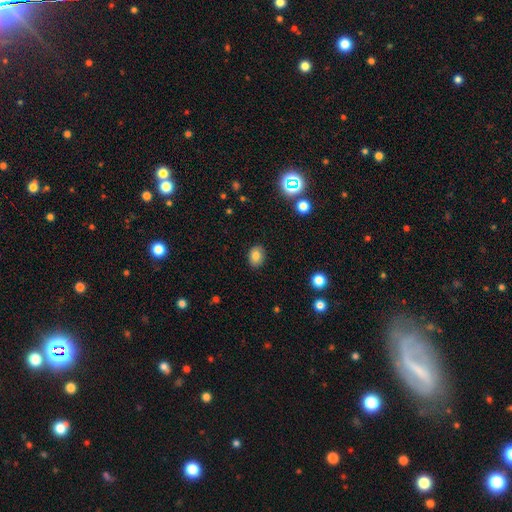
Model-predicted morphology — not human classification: Q: Smooth or featured?
A: smooth (81%); runner-up: star or artifact (10%)
Q: How rounded?
A: in between (69%); runner-up: round (30%)
Q: Merging?
A: none (88%); runner-up: minor disturbance (9%)